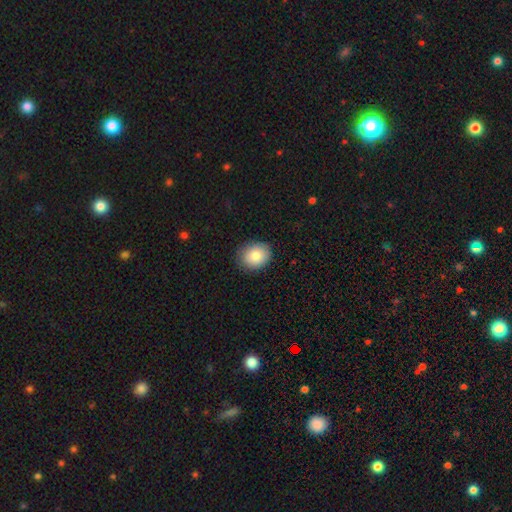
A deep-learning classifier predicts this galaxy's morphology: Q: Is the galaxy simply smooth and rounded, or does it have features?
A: smooth — 84%.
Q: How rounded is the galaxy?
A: in between — 50%.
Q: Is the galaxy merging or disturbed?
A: none — 86%.